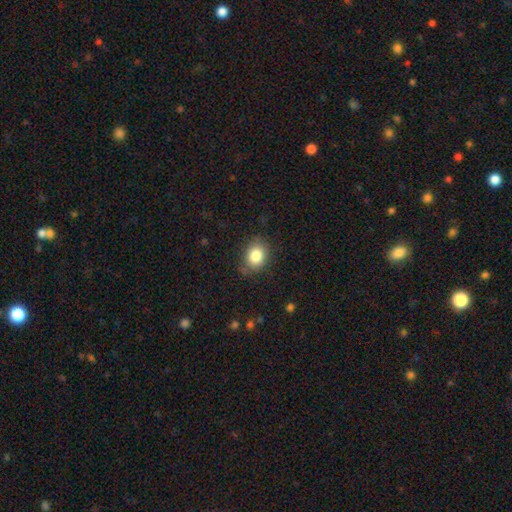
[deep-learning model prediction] A smooth galaxy with no disk features (83%) that is round (50%).

Vote fractions:
- Smooth or featured? smooth: 83% / star or artifact: 9% / featured or disk: 7%
- How rounded? round: 50% / in between: 49% / cigar-shaped: 1%
- Merging? none: 80% / minor disturbance: 15% / major disturbance: 4% / merger: 2%